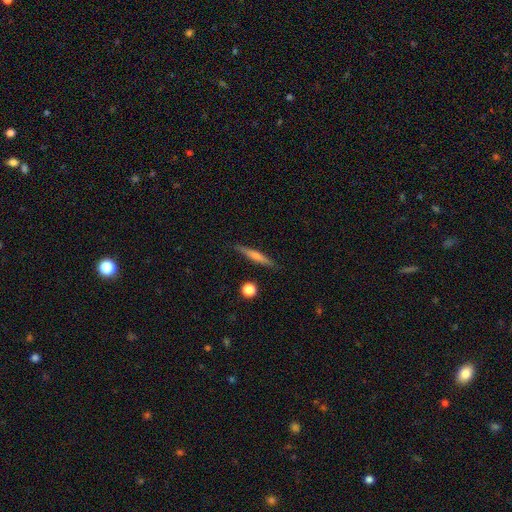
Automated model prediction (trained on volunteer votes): Smooth or featured: featured or disk — 47% (smooth — 46%)
Merging: none — 89% (minor disturbance — 8%)